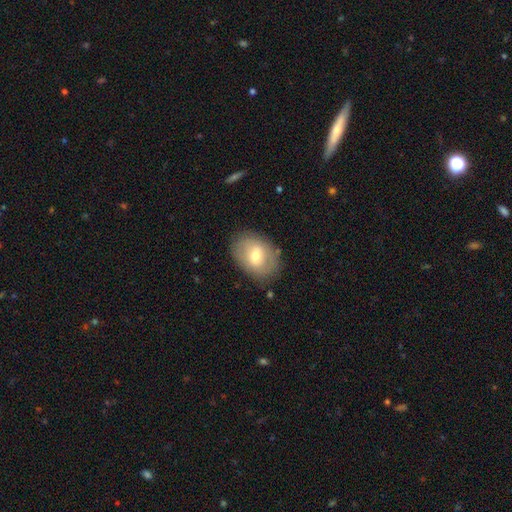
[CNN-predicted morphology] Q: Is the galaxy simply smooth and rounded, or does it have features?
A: smooth — 61%.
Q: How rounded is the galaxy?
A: in between — 71%.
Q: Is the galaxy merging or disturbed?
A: none — 80%.